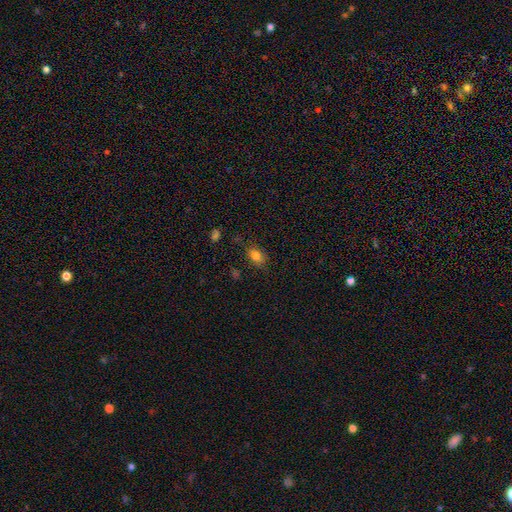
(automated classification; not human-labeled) This is clearly a smooth galaxy (81%). How rounded: likely in between (78%). Merging: clearly none (81%).